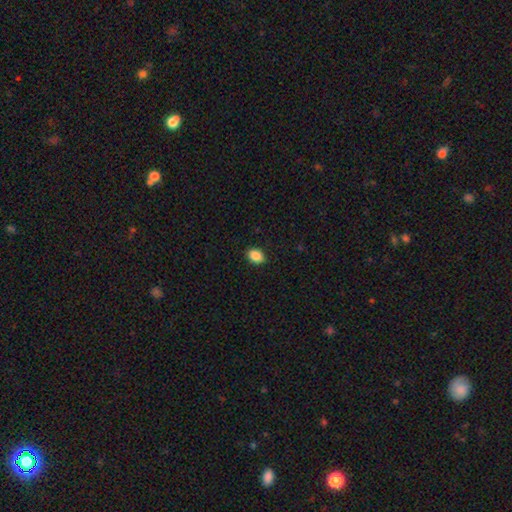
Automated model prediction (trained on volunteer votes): A smooth galaxy with no disk features (88%) that is in between round and cigar-shaped (74%). Merging: none (90%).